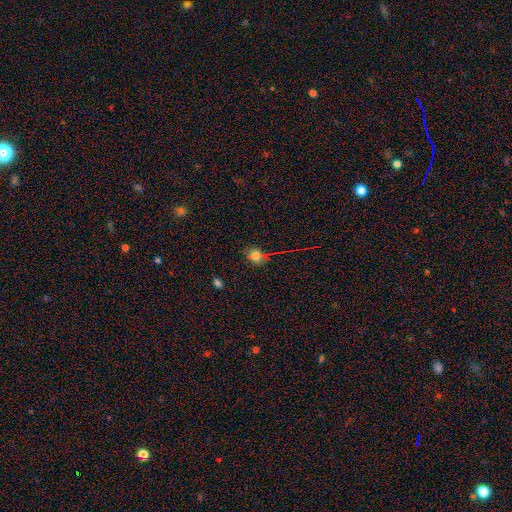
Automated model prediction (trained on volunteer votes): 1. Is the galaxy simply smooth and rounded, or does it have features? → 67% smooth, 25% star or artifact, 8% featured or disk.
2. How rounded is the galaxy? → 64% round, 33% in between, 2% cigar-shaped.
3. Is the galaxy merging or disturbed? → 76% none, 15% minor disturbance, 5% major disturbance, 4% merger.